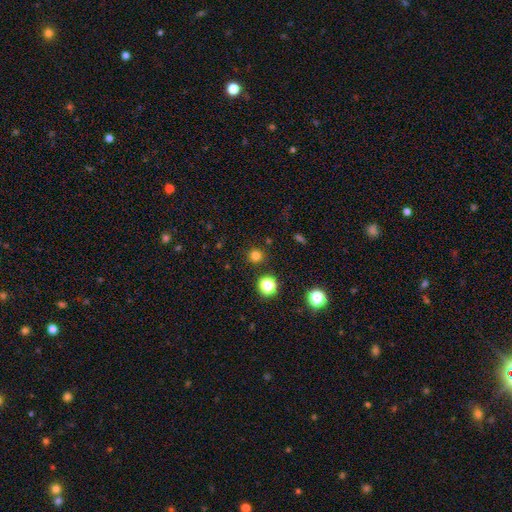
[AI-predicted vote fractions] Smooth or featured? Predicted: smooth (p=0.76). How rounded? Predicted: round (p=0.94). Merging? Predicted: none (p=0.89).